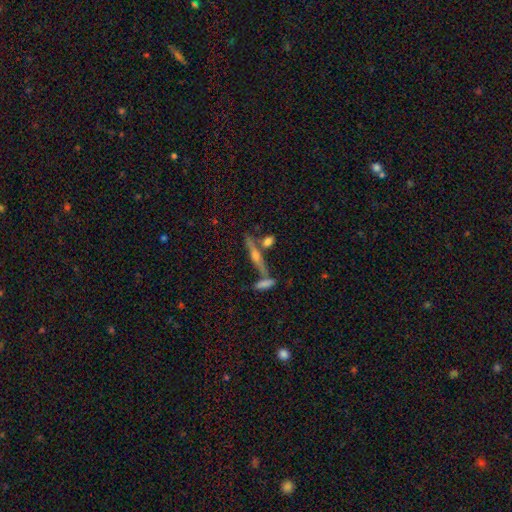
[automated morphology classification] Smooth or featured? featured or disk (68%)
Edge-on disk? yes (94%)
Edge-on bulge? rounded (87%)
Merging? none (70%)